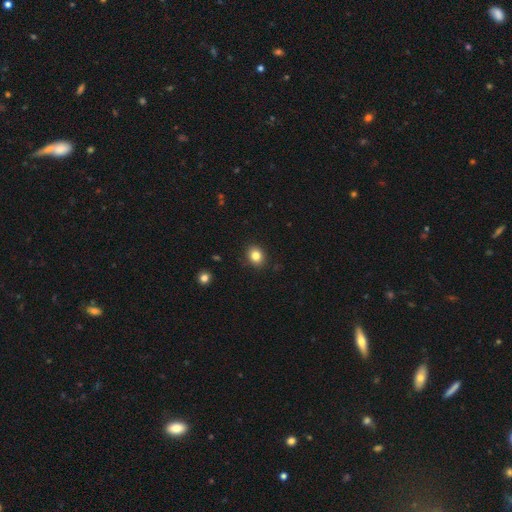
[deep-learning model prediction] smooth_or_featured: smooth (p=0.83) [alt: star or artifact p=0.11]
how_rounded: round (p=0.57) [alt: in between p=0.42]
merging: none (p=0.89) [alt: minor disturbance p=0.08]